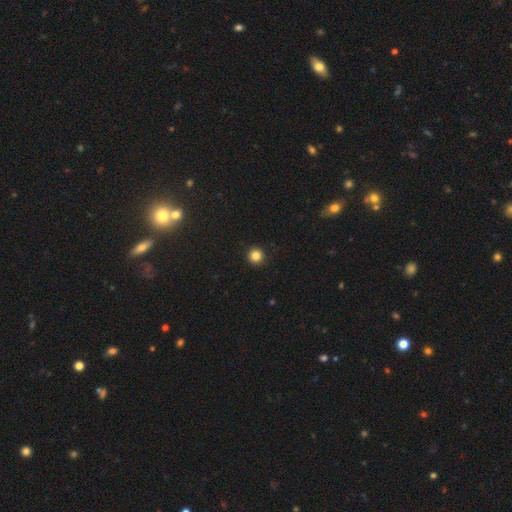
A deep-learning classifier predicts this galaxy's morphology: This is clearly a smooth galaxy (84%). How rounded: clearly round (96%). Merging: clearly none (94%).